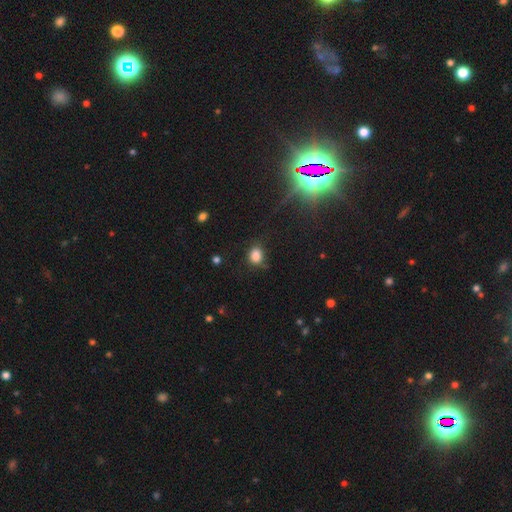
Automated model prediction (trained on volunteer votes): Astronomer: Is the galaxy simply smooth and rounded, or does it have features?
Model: smooth — 82%.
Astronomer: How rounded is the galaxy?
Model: round — 56% (runner-up: in between, 43%).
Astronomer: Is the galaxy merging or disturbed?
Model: none — 60%.